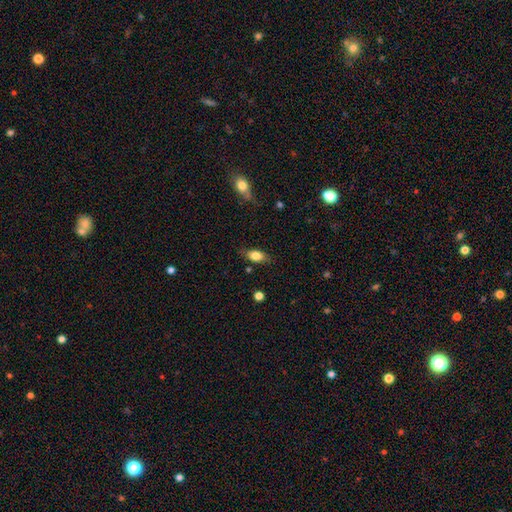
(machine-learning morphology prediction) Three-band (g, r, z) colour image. It shows a smooth galaxy with no disk features (80%) that is in between round and cigar-shaped (86%). Merging: none (77%).